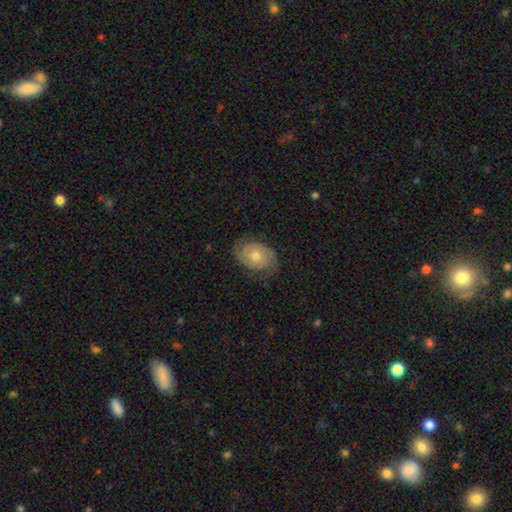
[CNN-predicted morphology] This is likely a featured or disk galaxy (74%). It is clearly not viewed edge-on (97%). Bar: clearly no (81%). Spiral arm pattern: clearly yes (91%). Spiral arm count: clearly 2 (83%). Spiral winding: possibly tight (58%). Central bulge: possibly moderate (56%). Merging: likely none (77%).